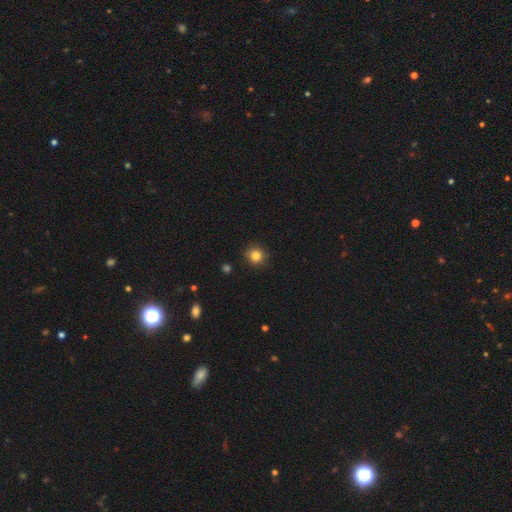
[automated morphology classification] Smooth or featured?
  - smooth: 83% *
  - star or artifact: 12%
  - featured or disk: 5%
How rounded?
  - round: 93% *
  - in between: 7%
  - cigar-shaped: 1%
Merging?
  - none: 90% *
  - minor disturbance: 7%
  - major disturbance: 2%
  - merger: 1%